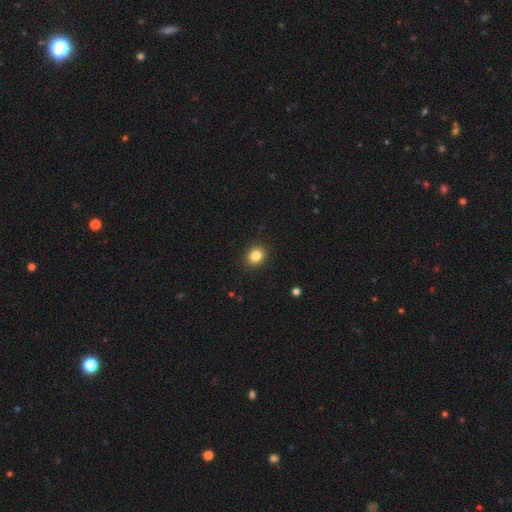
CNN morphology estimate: This appears to be a smooth galaxy with no disk features (83%) that is round (61%). Merging: none (90%).